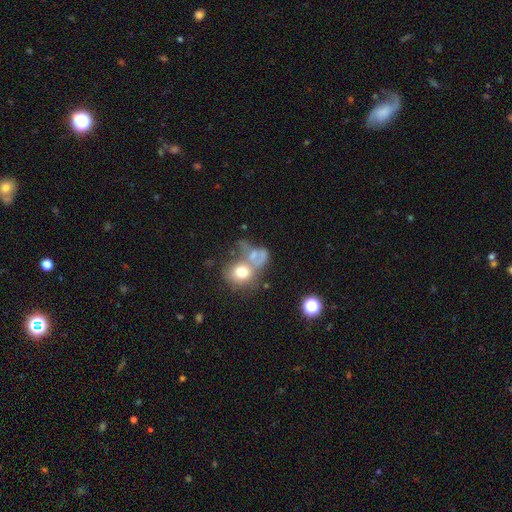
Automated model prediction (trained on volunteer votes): Smooth or featured? smooth (55%)
How rounded? in between (49%, tied with round)
Merging? merger (51%)